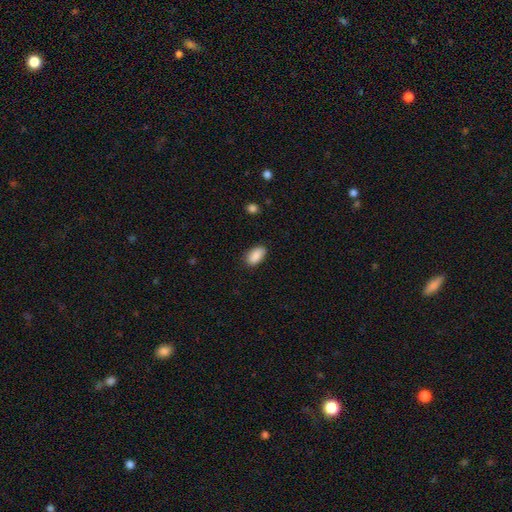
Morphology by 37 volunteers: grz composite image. It shows a smooth galaxy with no disk features (95%) that is in between round and cigar-shaped (97%). Merging: none (72%).